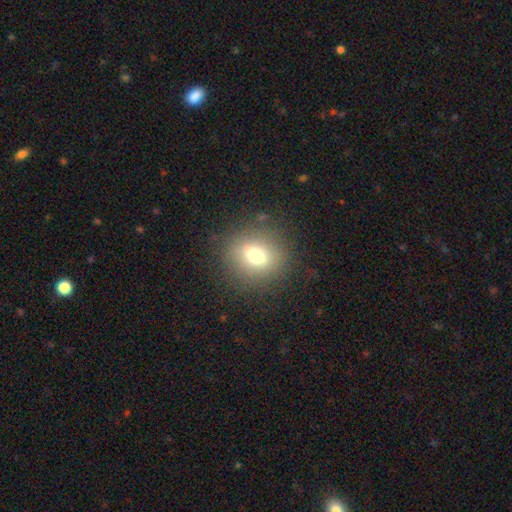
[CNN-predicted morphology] Smooth or featured?
  - smooth: 64% *
  - featured or disk: 22%
  - star or artifact: 14%
How rounded?
  - round: 77% *
  - in between: 21%
  - cigar-shaped: 2%
Merging?
  - none: 83% *
  - minor disturbance: 10%
  - major disturbance: 5%
  - merger: 2%